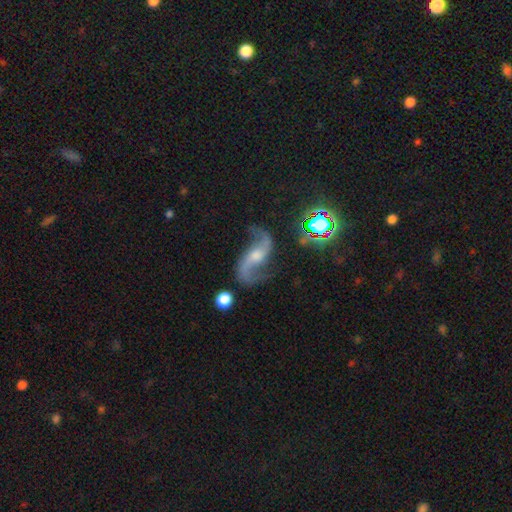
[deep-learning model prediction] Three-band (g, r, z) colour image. It shows a featured or disk galaxy (87%) with no bar (44%), 2 (93%) loose (79%) spiral arms (97%) and a moderate central bulge (45%). Merging: none (74%).